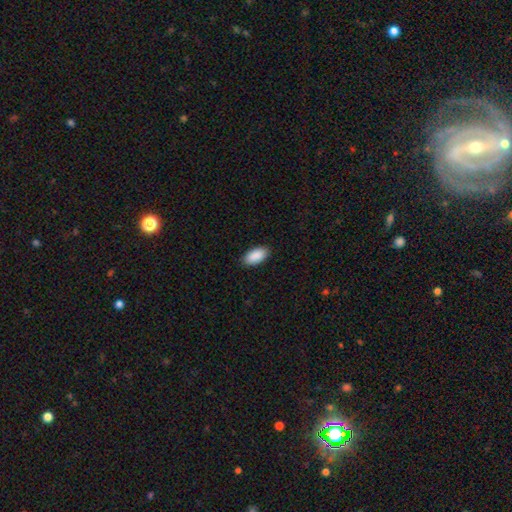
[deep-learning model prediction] Smooth or featured? Predicted: smooth (p=0.91). How rounded? Predicted: in between (p=0.95). Merging? Predicted: none (p=0.89).